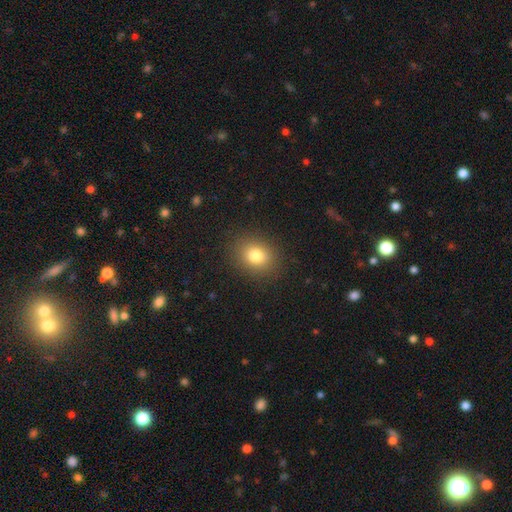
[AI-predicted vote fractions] Overall: smooth (80%). How rounded: round (59%; in between 41%). Merging: none (88%).